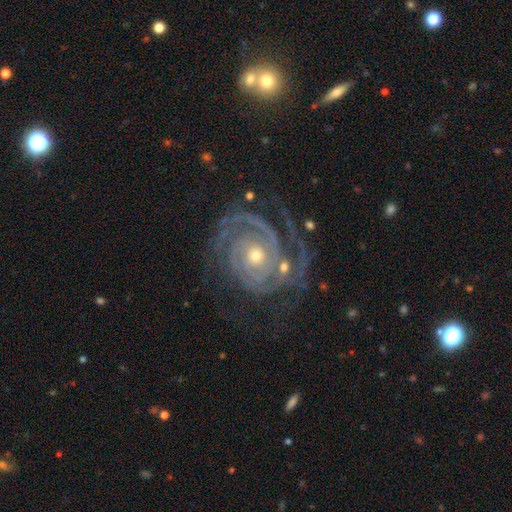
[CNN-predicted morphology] This is clearly a featured or disk galaxy (91%). It is clearly not viewed edge-on (98%). Bar: likely no (75%). Spiral arm pattern: clearly yes (98%). Spiral arm count: possibly 2 (51%). Spiral winding: likely tight (75%). Central bulge: possibly small (48%, tied with moderate). Merging: likely none (68%).